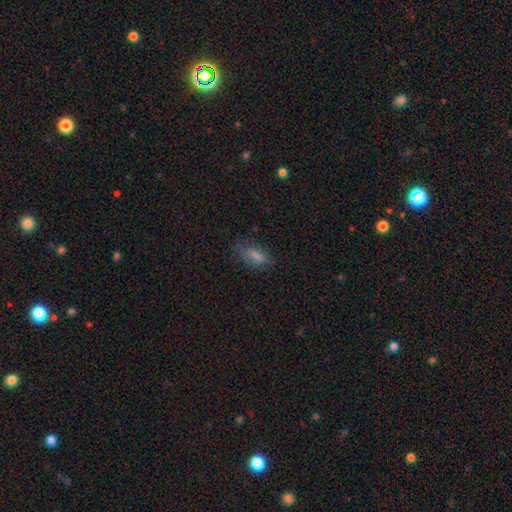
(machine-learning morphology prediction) smooth-or-featured: smooth: 66% | featured or disk: 17% | star or artifact: 17%
  how-rounded: in between: 71% | cigar-shaped: 24% | round: 5%
  merging: none: 74% | minor disturbance: 18% | major disturbance: 6% | merger: 2%